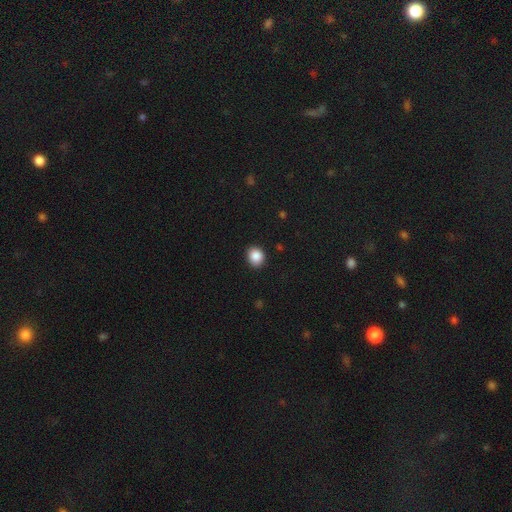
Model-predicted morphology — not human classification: Smooth or featured?
  - smooth: 88% *
  - star or artifact: 9%
  - featured or disk: 3%
How rounded?
  - round: 69% *
  - in between: 30%
  - cigar-shaped: 1%
Merging?
  - none: 90% *
  - minor disturbance: 7%
  - major disturbance: 2%
  - merger: 1%